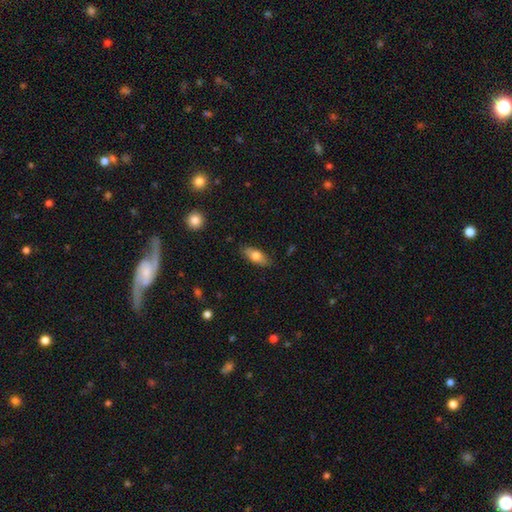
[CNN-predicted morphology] Overall: smooth (72%). How rounded: in between (81%). Merging: none (83%).